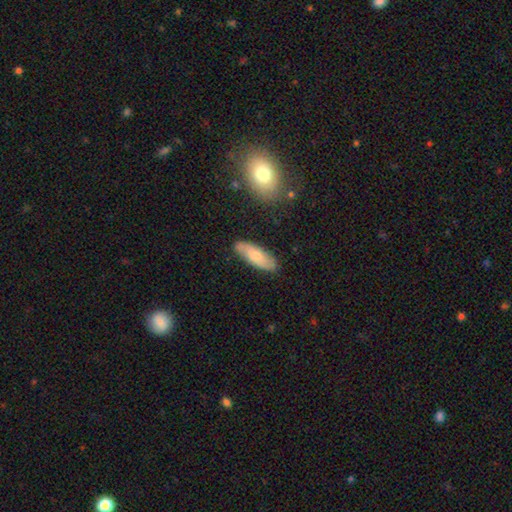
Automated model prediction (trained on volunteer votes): This is likely a smooth galaxy (65%). How rounded: likely in between (64%). Merging: clearly none (84%).